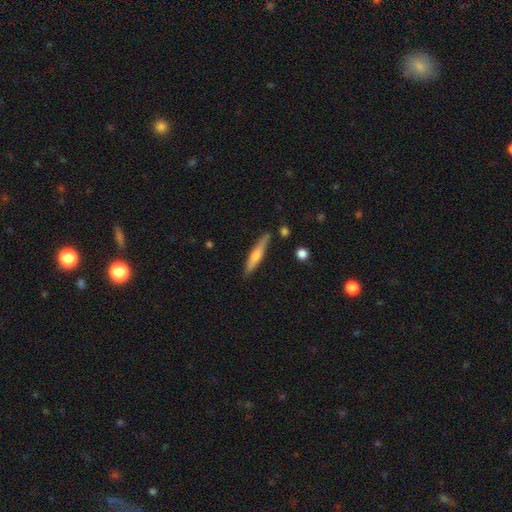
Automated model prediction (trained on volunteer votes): Smooth or featured?
  - smooth: 56% *
  - featured or disk: 38%
  - star or artifact: 6%
How rounded?
  - cigar-shaped: 90% *
  - in between: 9%
  - round: 1%
Merging?
  - none: 84% *
  - minor disturbance: 11%
  - merger: 3%
  - major disturbance: 2%